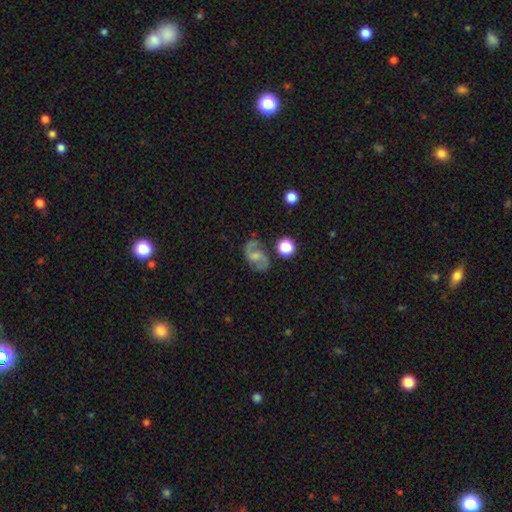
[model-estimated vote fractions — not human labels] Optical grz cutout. It shows a featured or disk galaxy (79%) with a weak bar (46%), 2 (91%) medium (47%) spiral arms (95%) and a small central bulge (50%). Merging: none (72%).